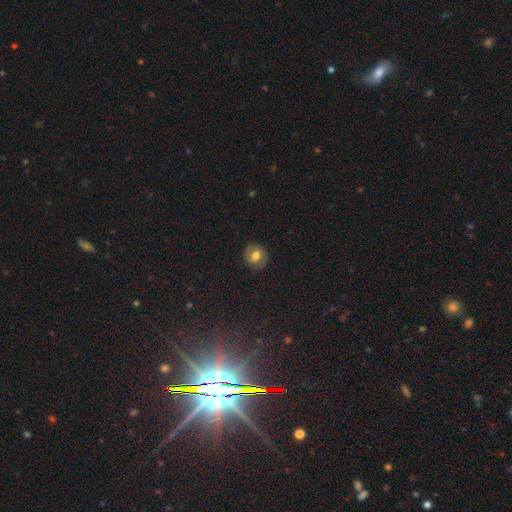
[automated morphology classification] A smooth galaxy with no disk features (63%) that is round (84%).

Vote fractions:
- Smooth or featured? smooth: 63% / featured or disk: 26% / star or artifact: 10%
- How rounded? round: 84% / in between: 15% / cigar-shaped: 1%
- Merging? none: 85% / minor disturbance: 11% / major disturbance: 3% / merger: 1%